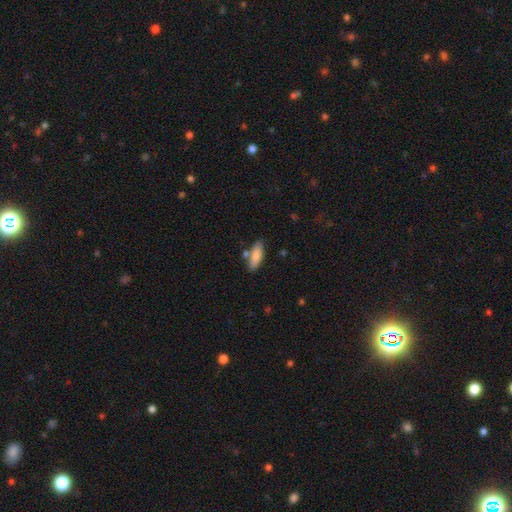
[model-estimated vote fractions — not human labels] A smooth galaxy with no disk features (83%) that is in between round and cigar-shaped (60%).

Vote fractions:
- Smooth or featured? smooth: 83% / featured or disk: 11% / star or artifact: 6%
- How rounded? in between: 60% / cigar-shaped: 38% / round: 2%
- Merging? none: 72% / minor disturbance: 15% / merger: 10% / major disturbance: 3%